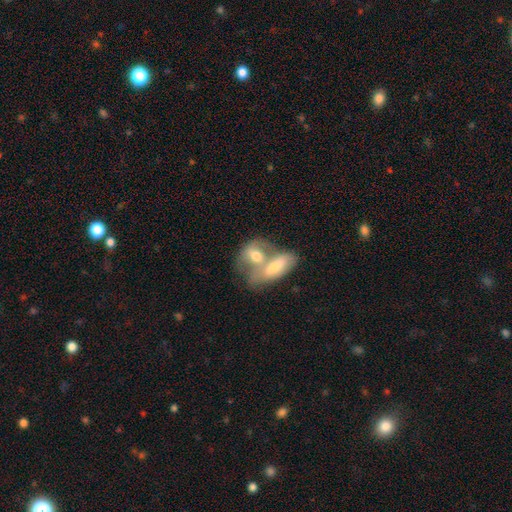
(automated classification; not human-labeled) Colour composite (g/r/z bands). It shows a smooth galaxy with no disk features (61%) that is in between round and cigar-shaped (78%). Merging: merger (72%).